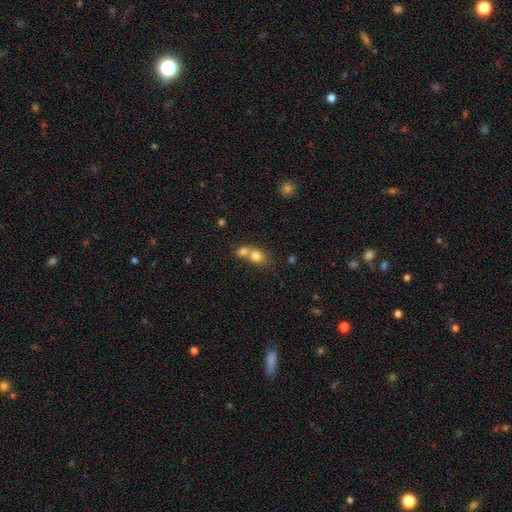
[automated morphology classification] smooth-or-featured: smooth: 77% | featured or disk: 13% | star or artifact: 10%
  how-rounded: round: 57% | in between: 41% | cigar-shaped: 1%
  merging: merger: 66% | none: 26% | minor disturbance: 6% | major disturbance: 3%